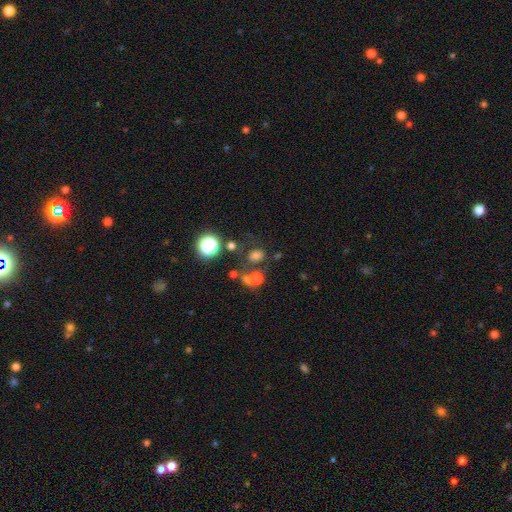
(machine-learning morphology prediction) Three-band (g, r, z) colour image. It shows a smooth galaxy with no disk features (65%) that is round (65%). Merging: none (63%).